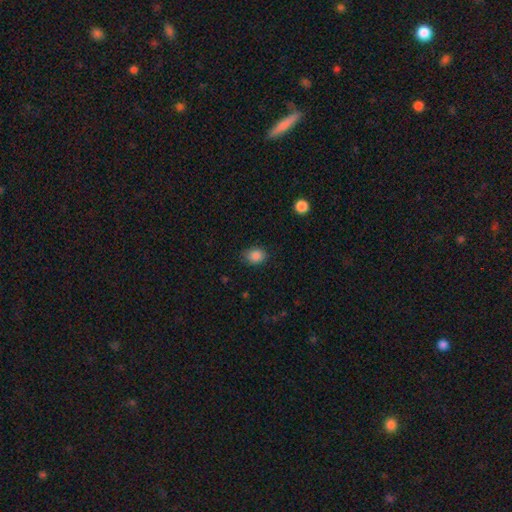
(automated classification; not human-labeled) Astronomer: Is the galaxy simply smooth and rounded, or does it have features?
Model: smooth — 87%.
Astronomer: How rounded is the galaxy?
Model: in between — 56% (runner-up: round, 44%).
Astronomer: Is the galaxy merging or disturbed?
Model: none — 81%.